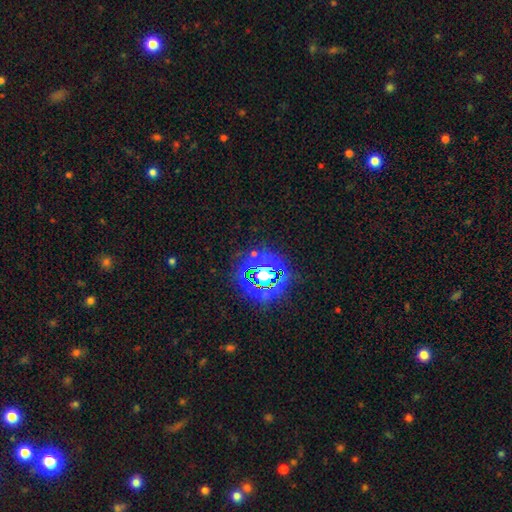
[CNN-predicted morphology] A star or artifact, not a galaxy (76%).